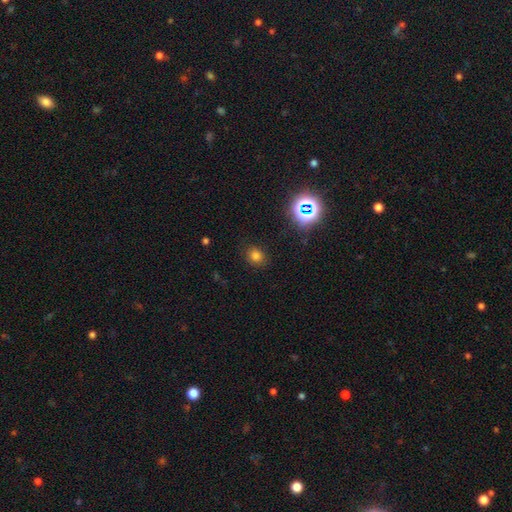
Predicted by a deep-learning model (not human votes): Smooth or featured?
  - smooth: 73% *
  - star or artifact: 21%
  - featured or disk: 6%
How rounded?
  - round: 67% *
  - in between: 32%
  - cigar-shaped: 1%
Merging?
  - none: 86% *
  - minor disturbance: 9%
  - major disturbance: 3%
  - merger: 1%